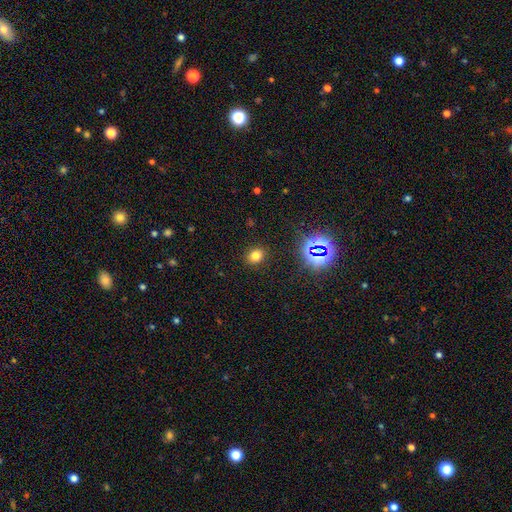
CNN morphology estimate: This appears to be a smooth galaxy with no disk features (74%) that is round (58%). Merging: none (88%).